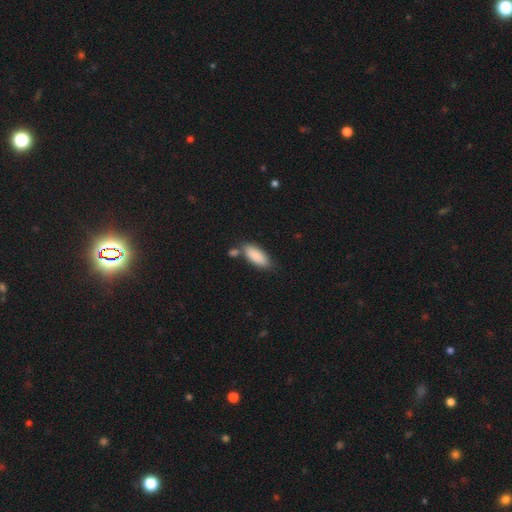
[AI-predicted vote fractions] Overall: smooth (88%). How rounded: in between (78%). Merging: none (65%).